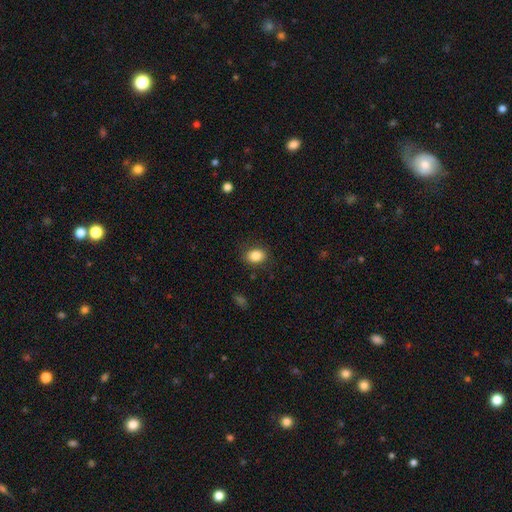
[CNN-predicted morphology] A smooth galaxy with no disk features (86%) that is in between round and cigar-shaped (65%).

Vote fractions:
- Smooth or featured? smooth: 86% / star or artifact: 9% / featured or disk: 5%
- How rounded? in between: 65% / round: 34% / cigar-shaped: 1%
- Merging? none: 86% / minor disturbance: 10% / major disturbance: 3% / merger: 1%